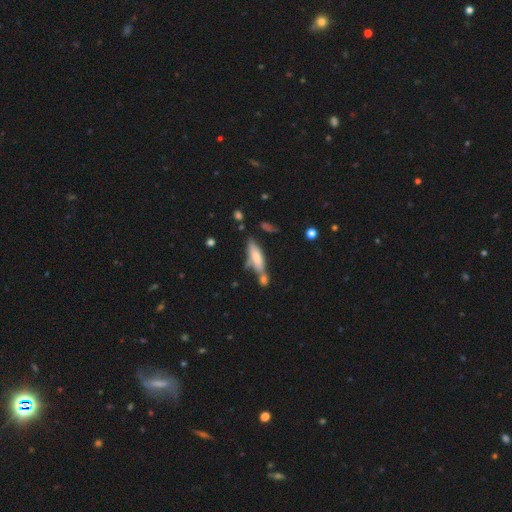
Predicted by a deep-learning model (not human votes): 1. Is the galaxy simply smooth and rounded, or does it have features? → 52% smooth, 40% featured or disk, 8% star or artifact.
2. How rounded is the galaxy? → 69% cigar-shaped, 29% in between, 2% round.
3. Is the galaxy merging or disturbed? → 58% none, 18% merger, 18% minor disturbance, 6% major disturbance.